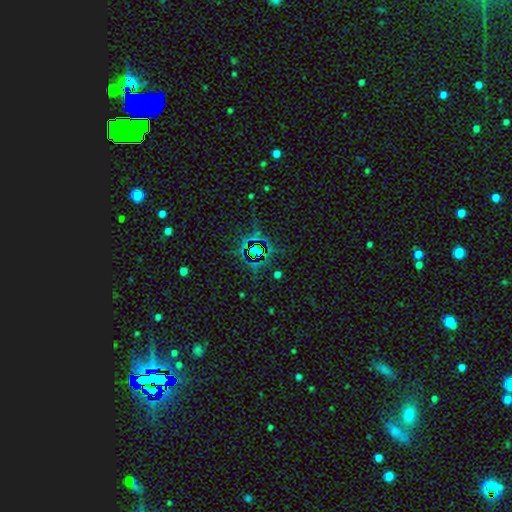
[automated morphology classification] Q: Smooth or featured?
A: star or artifact (76%); runner-up: smooth (14%)